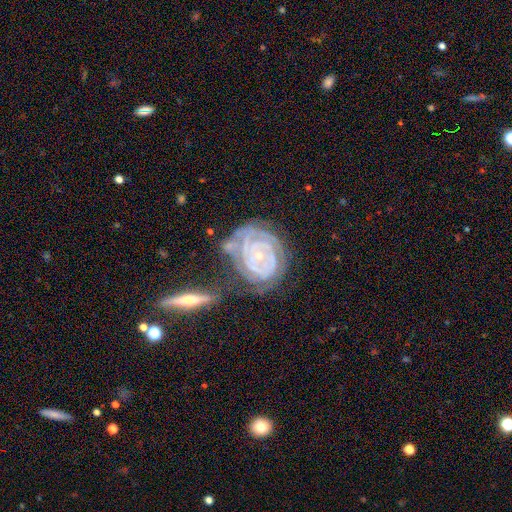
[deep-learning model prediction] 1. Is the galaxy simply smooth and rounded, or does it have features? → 82% featured or disk, 10% smooth, 8% star or artifact.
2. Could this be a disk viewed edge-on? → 92% no, 8% yes.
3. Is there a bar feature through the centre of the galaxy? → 68% no, 22% weak, 10% strong.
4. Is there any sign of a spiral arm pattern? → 91% yes, 9% no.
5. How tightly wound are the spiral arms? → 81% tight, 15% medium, 4% loose.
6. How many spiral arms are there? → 33% can't tell, 27% 2, 21% 3, 9% 4, 5% 1, 5% more than 4.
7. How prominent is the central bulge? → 76% small, 18% moderate, 3% none, 2% large, 1% dominant.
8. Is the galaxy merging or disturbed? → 60% none, 19% minor disturbance, 12% merger, 9% major disturbance.